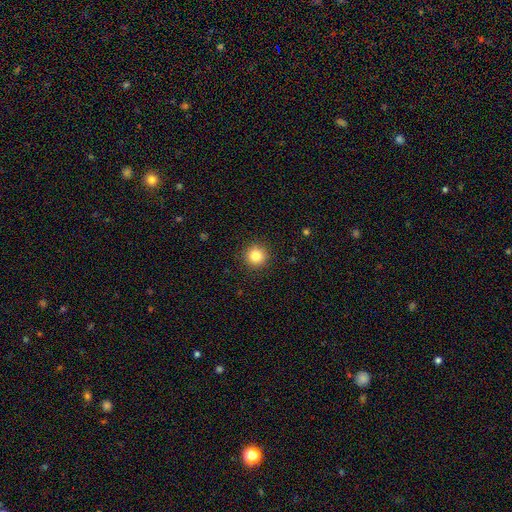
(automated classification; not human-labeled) A smooth galaxy with no disk features (83%) that is round (94%). Merging: none (92%).